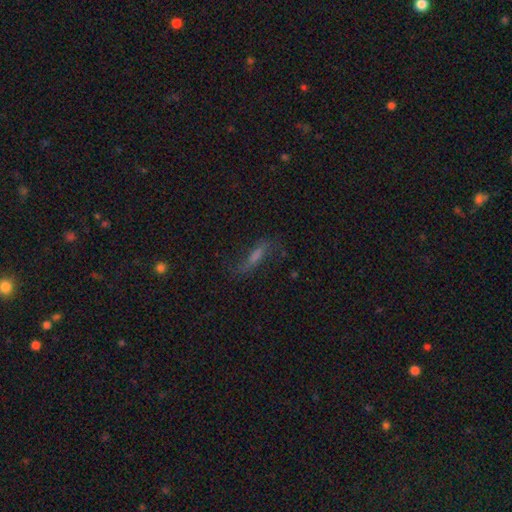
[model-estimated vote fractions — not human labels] Overall: featured or disk (46%; smooth 38%). Merging: none (63%).